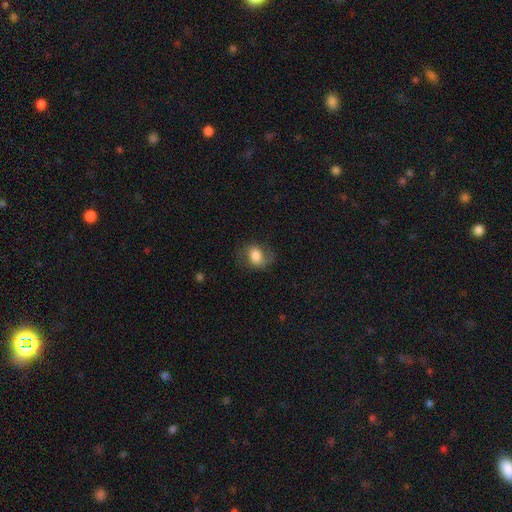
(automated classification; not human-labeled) Smooth or featured? Predicted: smooth (p=0.64). How rounded? Predicted: in between (p=0.62). Merging? Predicted: none (p=0.66).